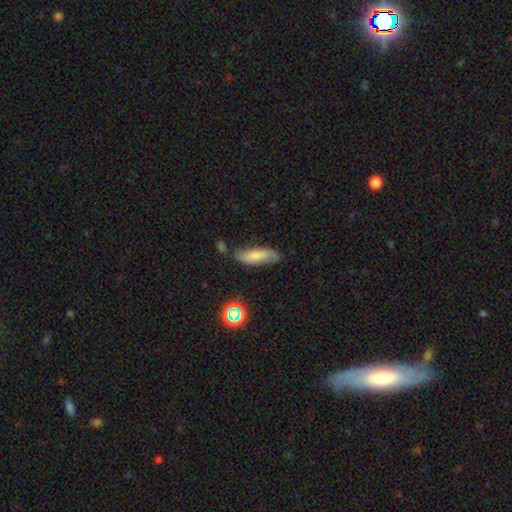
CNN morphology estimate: smooth 67%, featured or disk 23%, star or artifact 10%. Down the decision tree: how rounded — cigar-shaped (51%); merging — none (65%).